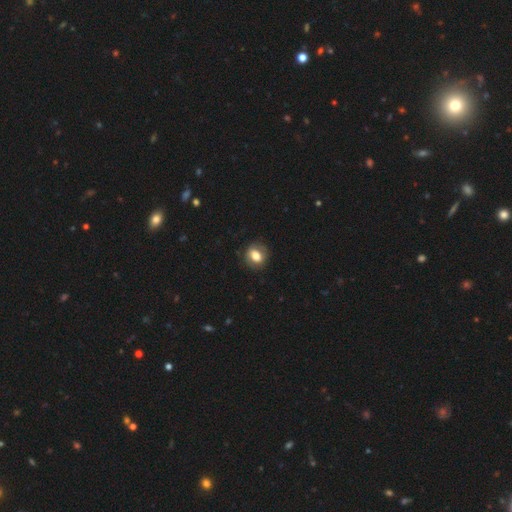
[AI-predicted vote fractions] This is likely a smooth galaxy (72%). How rounded: possibly in between (51%). Merging: clearly none (83%).